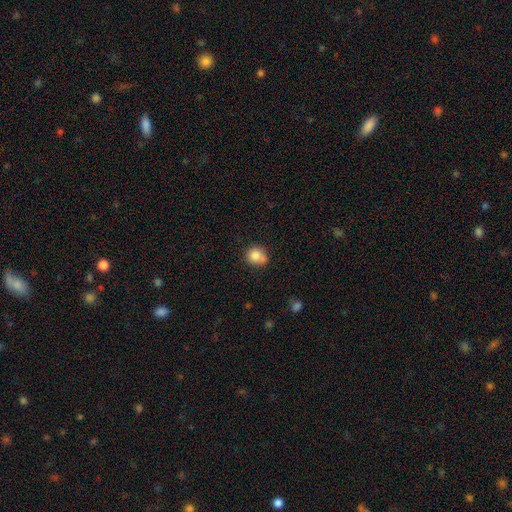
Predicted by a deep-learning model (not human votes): smooth-or-featured: smooth: 83% | star or artifact: 10% | featured or disk: 8%
  how-rounded: round: 75% | in between: 24% | cigar-shaped: 1%
  merging: none: 58% | minor disturbance: 24% | merger: 12% | major disturbance: 6%